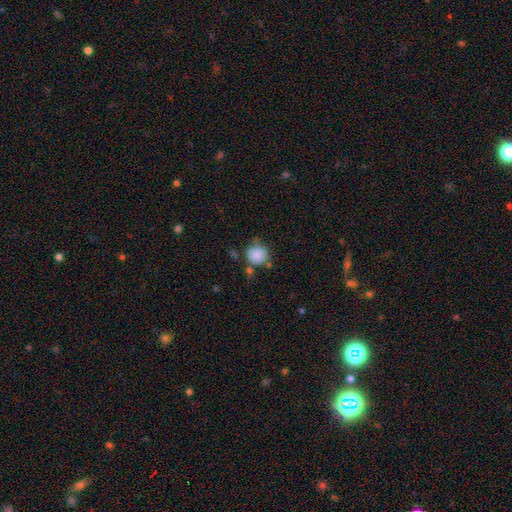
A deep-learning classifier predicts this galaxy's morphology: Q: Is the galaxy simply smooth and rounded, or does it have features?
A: smooth — 84%.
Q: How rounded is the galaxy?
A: round — 87%.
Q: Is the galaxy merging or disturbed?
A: none — 61%.